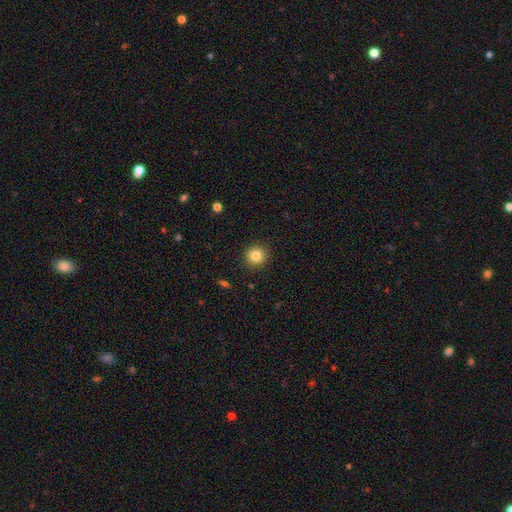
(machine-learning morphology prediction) The model was most divided on "smooth or featured": smooth: 84%, star or artifact: 10%, featured or disk: 6%. More confident: how rounded — round (92%); merging — none (91%).